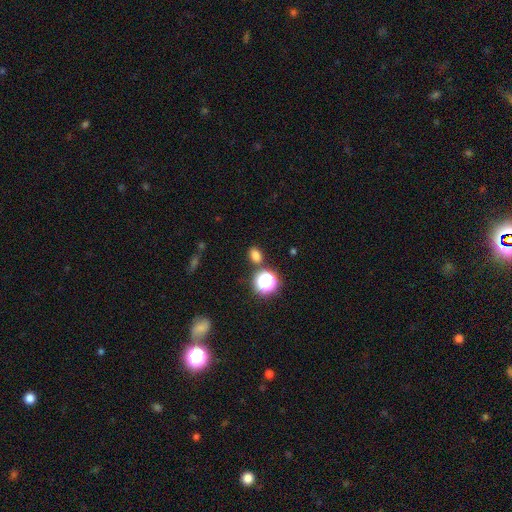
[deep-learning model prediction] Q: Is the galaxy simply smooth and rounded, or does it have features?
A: smooth — 73%.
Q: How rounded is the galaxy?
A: in between — 58%.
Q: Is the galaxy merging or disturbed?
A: none — 80%.